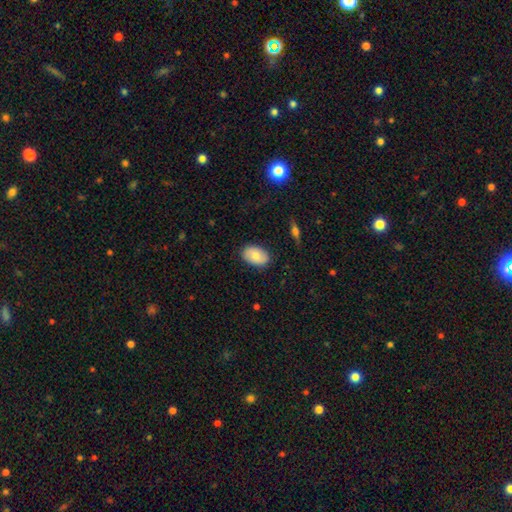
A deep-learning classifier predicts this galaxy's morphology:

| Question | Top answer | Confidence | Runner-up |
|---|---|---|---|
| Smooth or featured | smooth | 78% | featured or disk (15%) |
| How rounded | in between | 89% | round (10%) |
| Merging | none | 86% | minor disturbance (11%) |